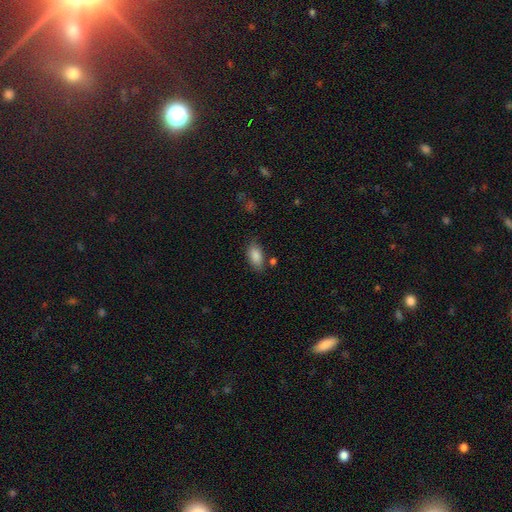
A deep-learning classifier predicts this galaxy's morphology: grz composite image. It shows a smooth galaxy with no disk features (87%) that is in between round and cigar-shaped (91%). Merging: none (73%).